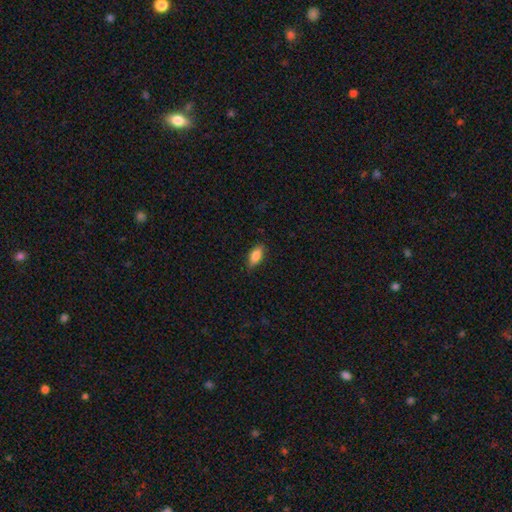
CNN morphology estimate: type=smooth (81%); roundness=in between (81%); merging=none (81%).